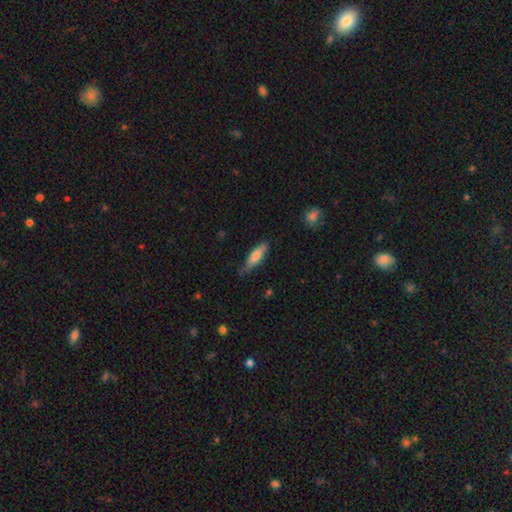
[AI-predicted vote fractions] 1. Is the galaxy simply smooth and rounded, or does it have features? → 73% smooth, 21% featured or disk, 6% star or artifact.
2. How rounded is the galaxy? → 63% cigar-shaped, 36% in between, 2% round.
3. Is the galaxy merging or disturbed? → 66% none, 28% minor disturbance, 5% major disturbance, 2% merger.